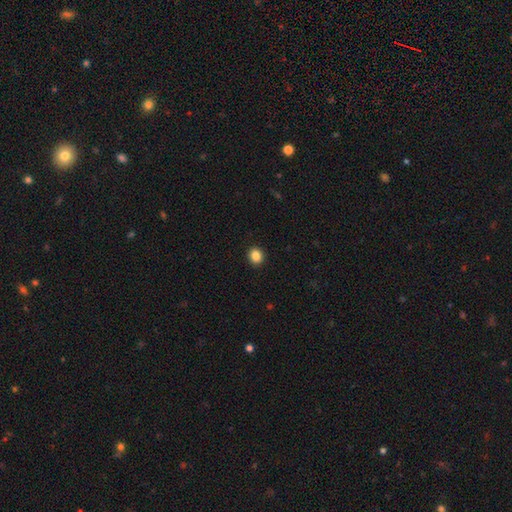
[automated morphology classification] Smooth or featured: smooth — 86% (star or artifact — 10%)
How rounded: round — 75% (in between — 24%)
Merging: none — 92% (minor disturbance — 5%)